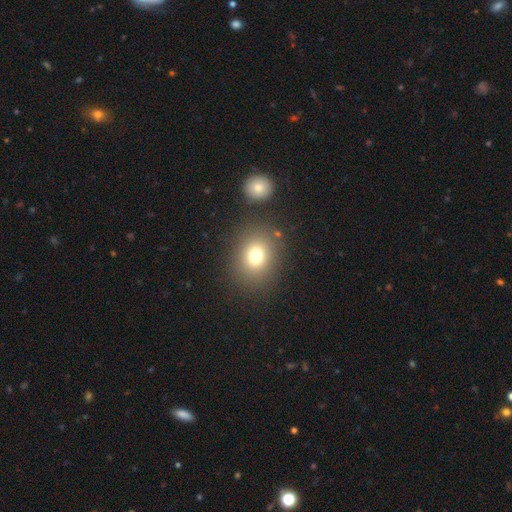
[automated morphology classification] The model was most divided on "how rounded": round: 62%, in between: 37%, cigar-shaped: 1%. More confident: merging — none (80%); smooth or featured — smooth (74%).